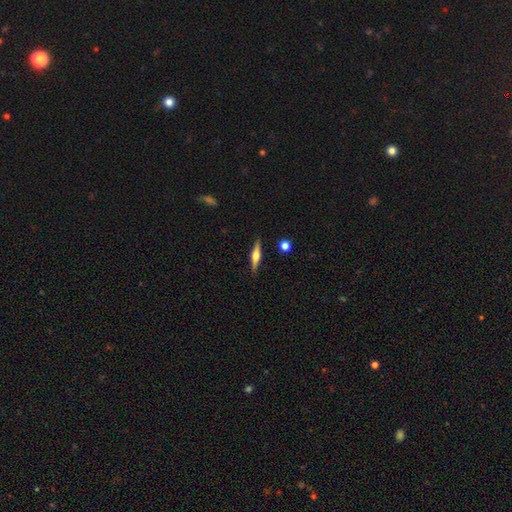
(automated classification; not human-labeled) Q: Smooth or featured?
A: featured or disk (62%); runner-up: smooth (32%)
Q: Edge-on disk?
A: yes (97%); runner-up: no (3%)
Q: Edge-on bulge?
A: rounded (91%); runner-up: boxy (6%)
Q: Merging?
A: none (89%); runner-up: minor disturbance (8%)